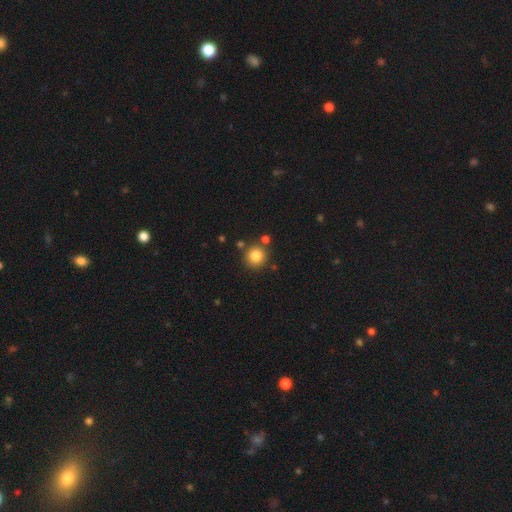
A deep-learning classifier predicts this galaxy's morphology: A smooth galaxy with no disk features (83%) that is round (93%). Merging: none (80%).